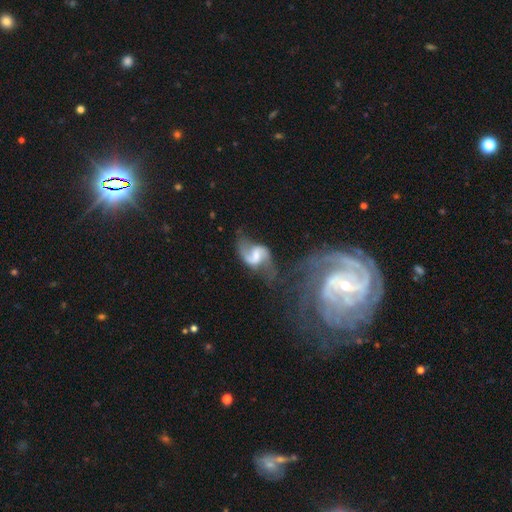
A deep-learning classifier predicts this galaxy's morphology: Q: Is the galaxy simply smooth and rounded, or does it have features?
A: featured or disk — 85%.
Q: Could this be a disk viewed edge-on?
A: no — 98%.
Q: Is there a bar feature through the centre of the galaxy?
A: weak — 53%.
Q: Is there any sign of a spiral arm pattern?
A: yes — 95%.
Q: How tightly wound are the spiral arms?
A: loose — 65%.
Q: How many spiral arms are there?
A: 2 — 90%.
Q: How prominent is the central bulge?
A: moderate — 32%.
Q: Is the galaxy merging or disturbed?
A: none — 52%.